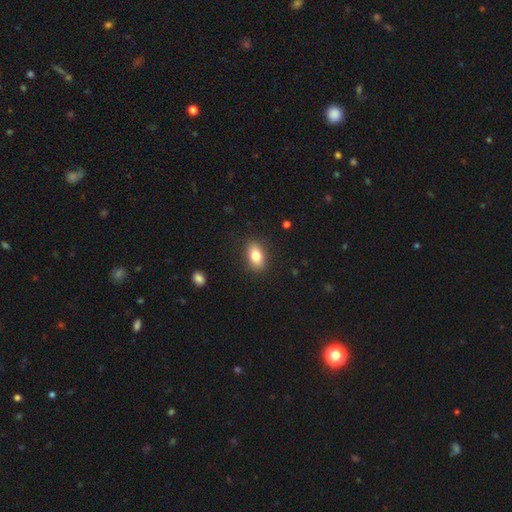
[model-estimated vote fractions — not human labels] Smooth or featured: smooth — 79% (featured or disk — 13%)
How rounded: in between — 86% (round — 8%)
Merging: none — 88% (minor disturbance — 9%)